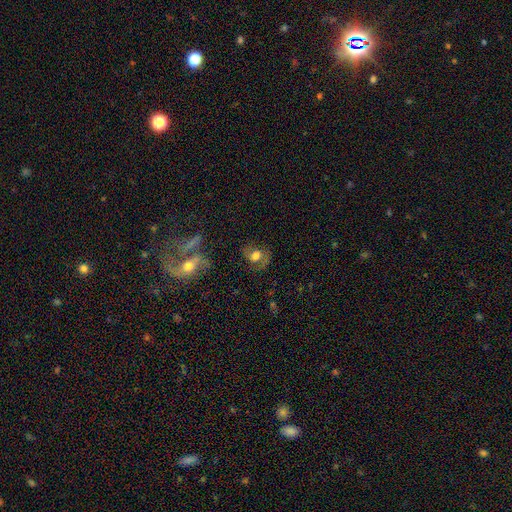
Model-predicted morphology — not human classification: type=smooth (48%); merging=none (60%).